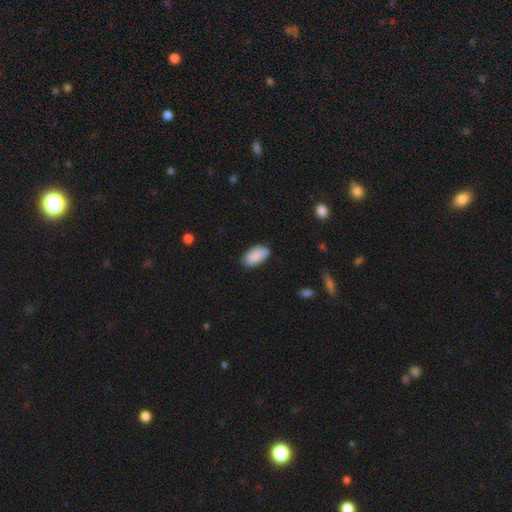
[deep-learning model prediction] A smooth galaxy with no disk features (90%) that is in between round and cigar-shaped (95%). Merging: none (82%).